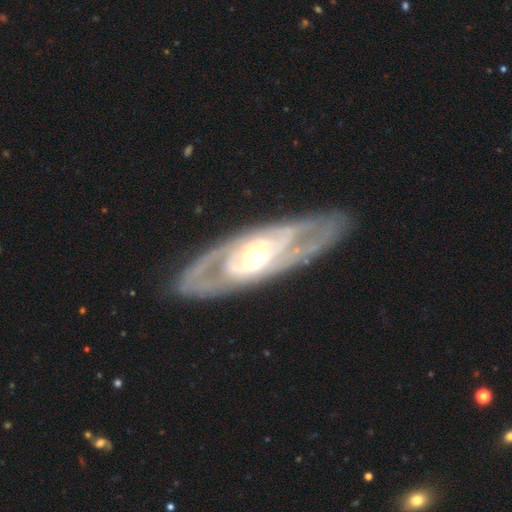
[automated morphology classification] Smooth or featured: featured or disk — 84% (smooth — 12%)
Edge-on disk: no — 81% (yes — 19%)
Bar: no — 55% (weak — 29%)
Spiral arms: yes — 72% (no — 28%)
Bulge size: moderate — 64% (small — 18%)
Merging: none — 84% (minor disturbance — 11%)